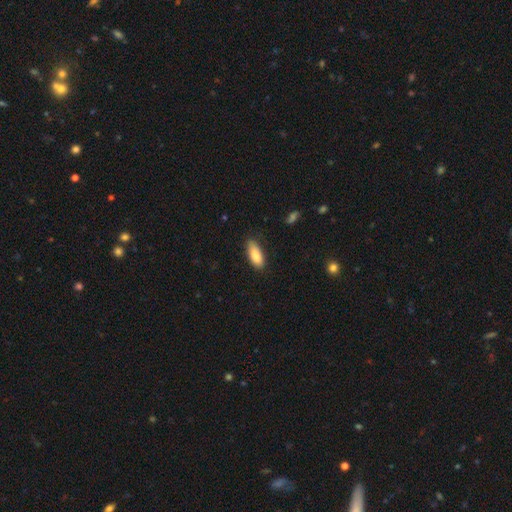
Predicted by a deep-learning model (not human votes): A smooth galaxy with no disk features (86%) that is in between round and cigar-shaped (76%). Merging: none (77%).